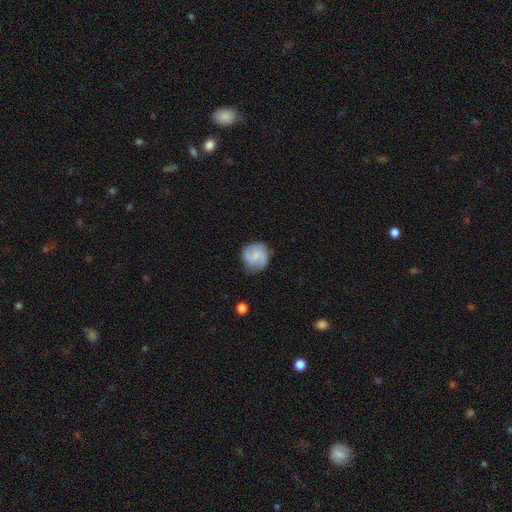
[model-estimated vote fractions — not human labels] This is possibly a featured or disk galaxy (55%). It is clearly not viewed edge-on (98%). Bar: possibly weak (46%). Spiral arm pattern: clearly yes (90%). Central bulge: possibly small (46%). Merging: likely none (76%).